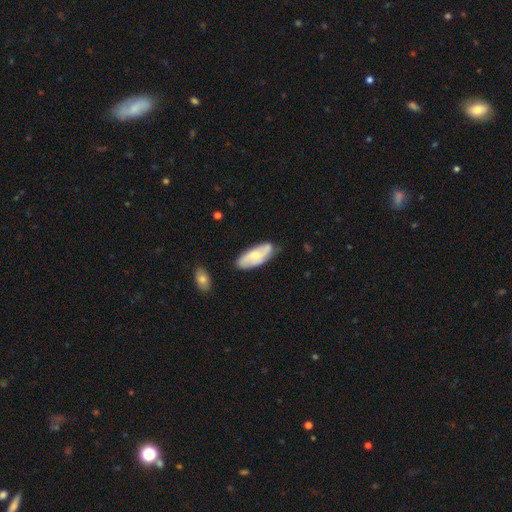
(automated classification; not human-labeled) featured or disk 49%, smooth 45%, star or artifact 5%. Down the decision tree: merging — none (73%).